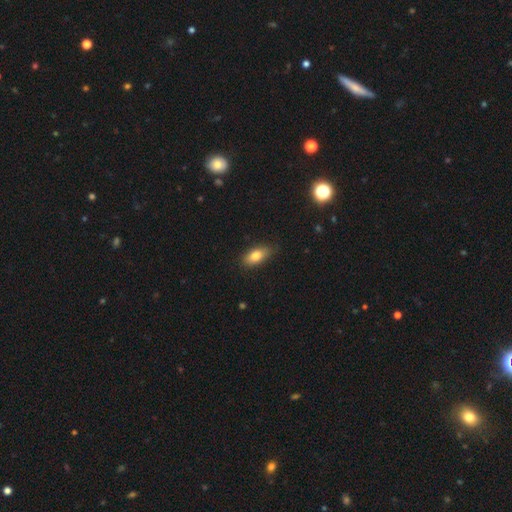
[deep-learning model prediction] This is likely a smooth galaxy (79%). How rounded: clearly in between (86%). Merging: likely none (79%).